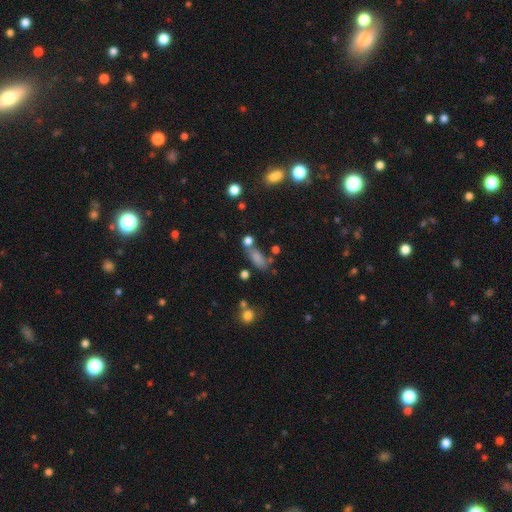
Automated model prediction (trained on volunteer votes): Q: Smooth or featured?
A: smooth (70%); runner-up: star or artifact (19%)
Q: How rounded?
A: in between (68%); runner-up: cigar-shaped (23%)
Q: Merging?
A: none (53%); runner-up: merger (20%)